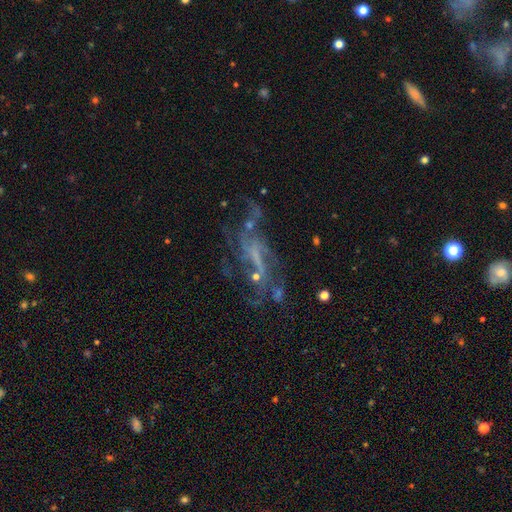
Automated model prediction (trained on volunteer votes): This appears to be a featured or disk galaxy (67%) with no bar (47%), spiral arms (62%) and no central bulge (57%). Merging: none (42%).